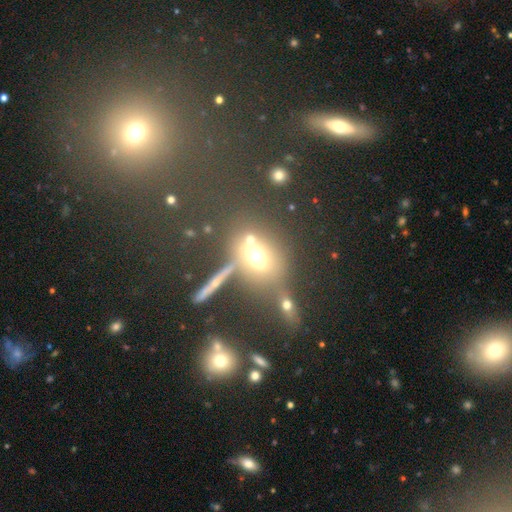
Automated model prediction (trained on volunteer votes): Overall: smooth (46%; star or artifact 30%). Merging: none (55%; merger 20%).